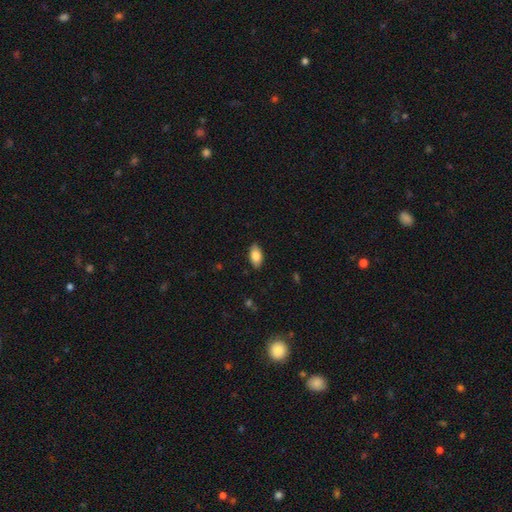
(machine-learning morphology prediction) type=smooth (85%); roundness=in between (93%); merging=none (87%).